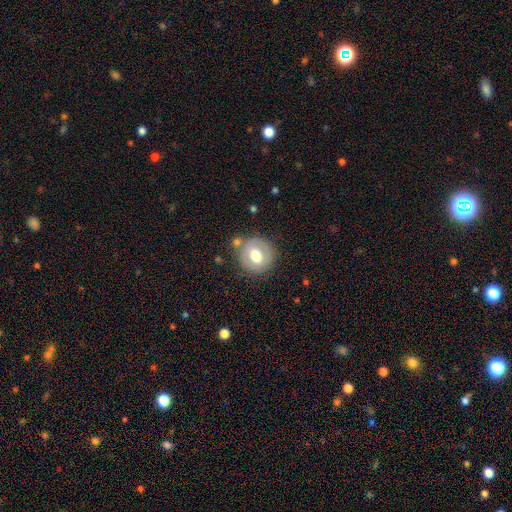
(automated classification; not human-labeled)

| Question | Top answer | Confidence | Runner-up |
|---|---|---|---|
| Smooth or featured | smooth | 60% | featured or disk (32%) |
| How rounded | round | 85% | in between (14%) |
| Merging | none | 76% | minor disturbance (13%) |